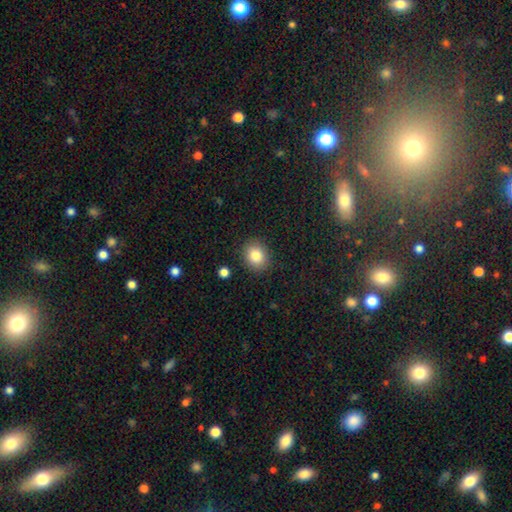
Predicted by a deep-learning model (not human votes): Q: Smooth or featured?
A: smooth (83%); runner-up: star or artifact (10%)
Q: How rounded?
A: round (62%); runner-up: in between (37%)
Q: Merging?
A: none (88%); runner-up: minor disturbance (8%)